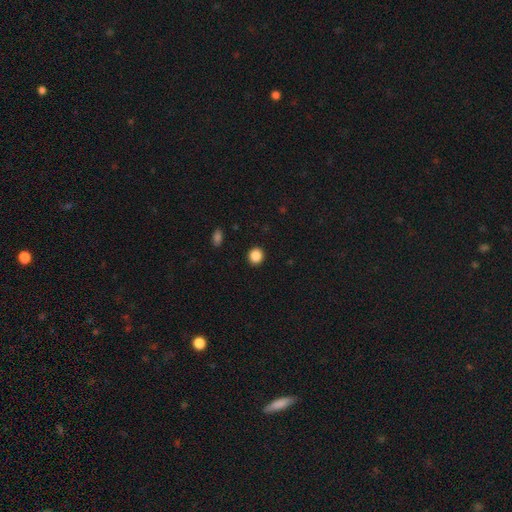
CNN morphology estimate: Q: Smooth or featured?
A: smooth (87%); runner-up: star or artifact (10%)
Q: How rounded?
A: round (85%); runner-up: in between (14%)
Q: Merging?
A: none (93%); runner-up: minor disturbance (5%)